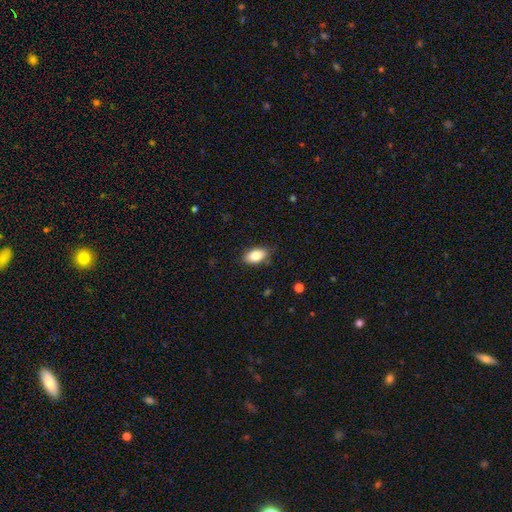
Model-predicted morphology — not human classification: Smooth or featured?
  - smooth: 84% *
  - featured or disk: 8%
  - star or artifact: 7%
How rounded?
  - in between: 92% *
  - round: 5%
  - cigar-shaped: 3%
Merging?
  - none: 84% *
  - minor disturbance: 13%
  - major disturbance: 3%
  - merger: 1%